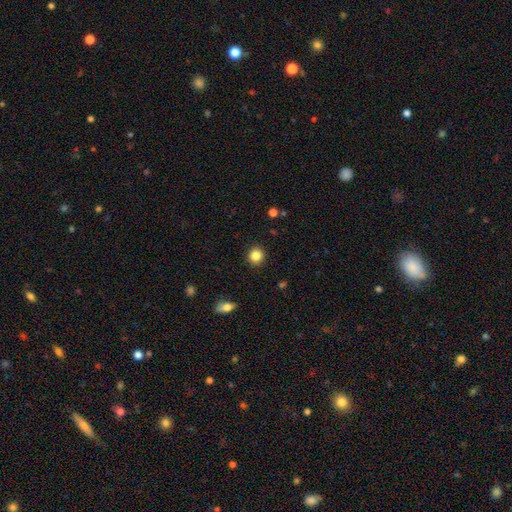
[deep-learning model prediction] Smooth or featured?
  - smooth: 85% *
  - star or artifact: 11%
  - featured or disk: 5%
How rounded?
  - round: 89% *
  - in between: 10%
  - cigar-shaped: 1%
Merging?
  - none: 92% *
  - minor disturbance: 5%
  - major disturbance: 2%
  - merger: 1%